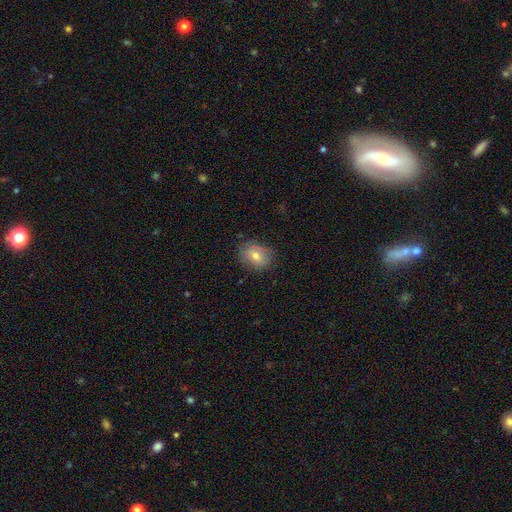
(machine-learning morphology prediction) Smooth or featured?
  - smooth: 62% *
  - featured or disk: 28%
  - star or artifact: 10%
How rounded?
  - in between: 60% *
  - round: 38%
  - cigar-shaped: 1%
Merging?
  - none: 78% *
  - minor disturbance: 17%
  - major disturbance: 4%
  - merger: 1%